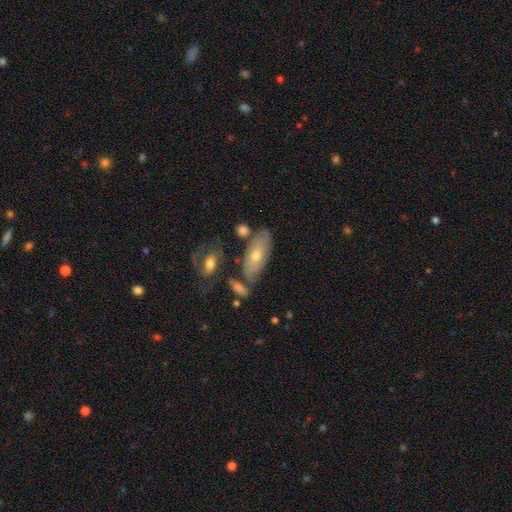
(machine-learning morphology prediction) smooth_or_featured: smooth (p=0.50) [alt: featured or disk p=0.42]
merging: none (p=0.65) [alt: minor disturbance p=0.17]